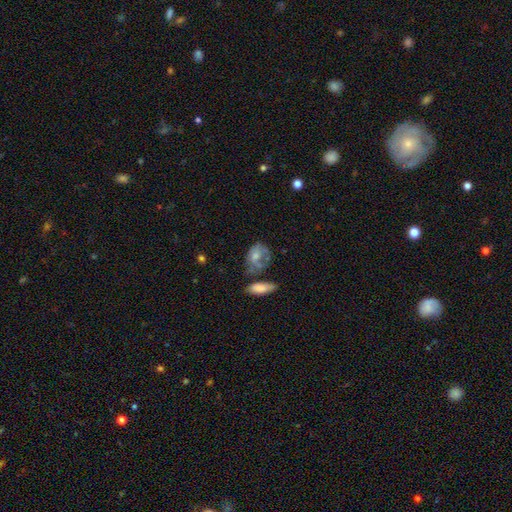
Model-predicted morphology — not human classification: This appears to be a smooth galaxy with no disk features (47%). Merging: none (40%).